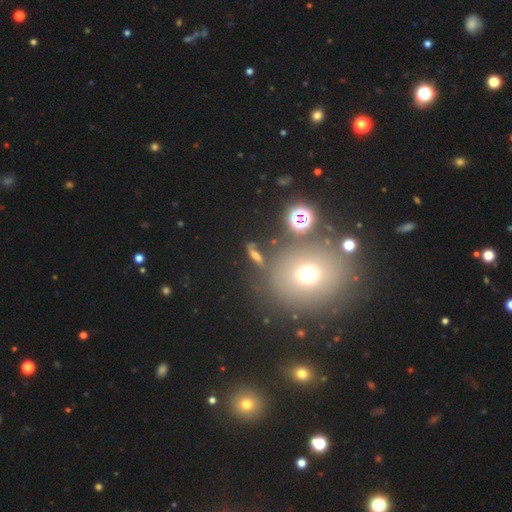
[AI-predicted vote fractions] This is marginally a smooth galaxy (44%). Merging: likely none (74%).